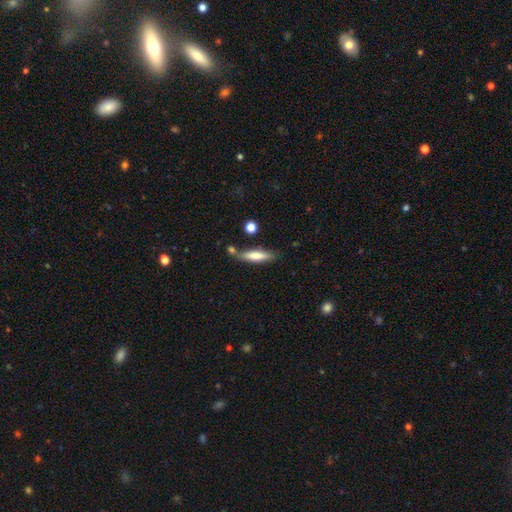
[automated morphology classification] smooth_or_featured: smooth (p=0.66) [alt: featured or disk p=0.27]
how_rounded: cigar-shaped (p=0.75) [alt: in between p=0.23]
merging: none (p=0.70) [alt: minor disturbance p=0.16]